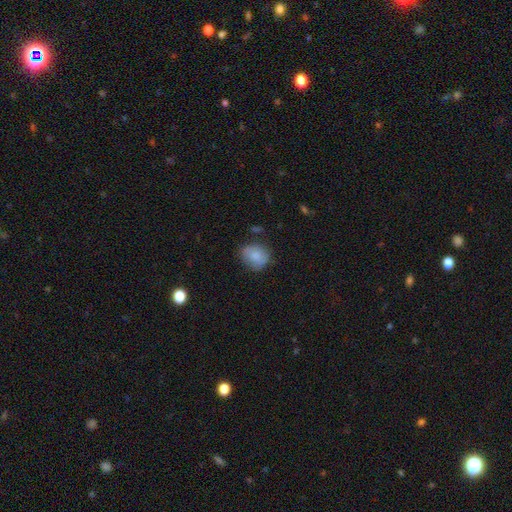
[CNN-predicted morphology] Q: Smooth or featured?
A: smooth (80%); runner-up: featured or disk (12%)
Q: How rounded?
A: round (63%); runner-up: in between (36%)
Q: Merging?
A: none (66%); runner-up: minor disturbance (25%)